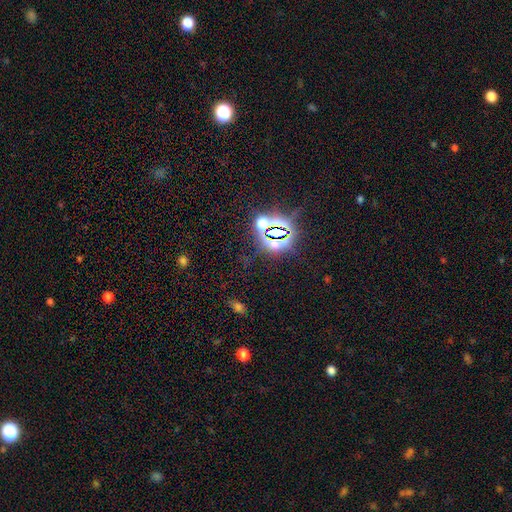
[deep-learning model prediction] Smooth or featured? star or artifact (81%)